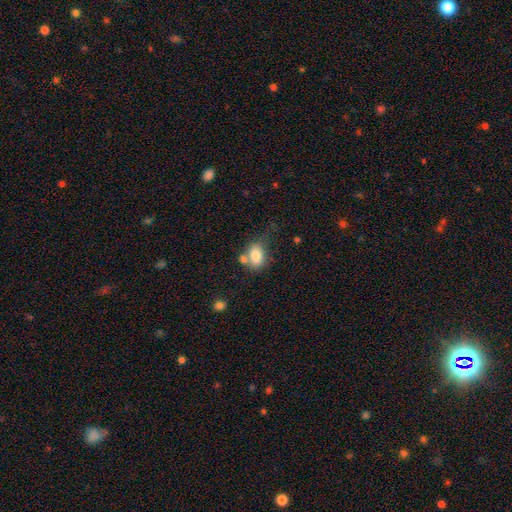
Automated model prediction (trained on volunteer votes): Morphology: type=smooth (79%); roundness=in between (73%); merging=none (39%).